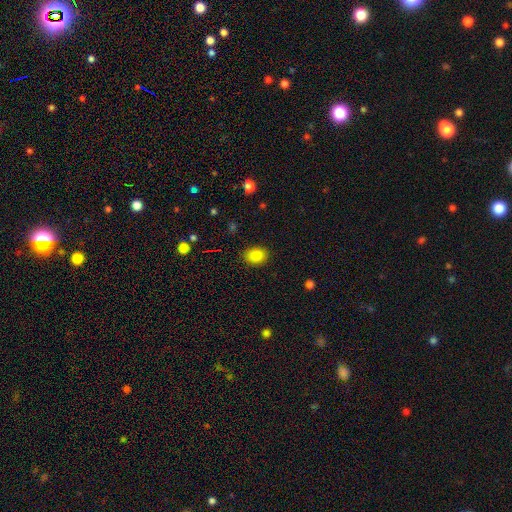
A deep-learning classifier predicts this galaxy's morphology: smooth-or-featured: smooth: 86% | star or artifact: 10% | featured or disk: 4%
  how-rounded: in between: 56% | round: 43% | cigar-shaped: 1%
  merging: none: 87% | minor disturbance: 9% | major disturbance: 3% | merger: 1%